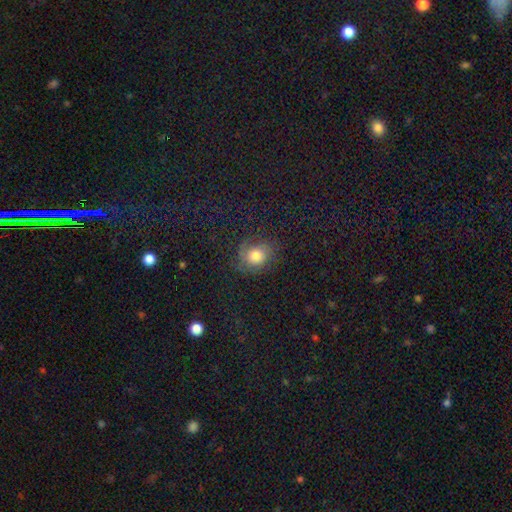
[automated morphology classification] smooth 53%, featured or disk 30%, star or artifact 16%. Down the decision tree: how rounded — round (75%); merging — none (66%).